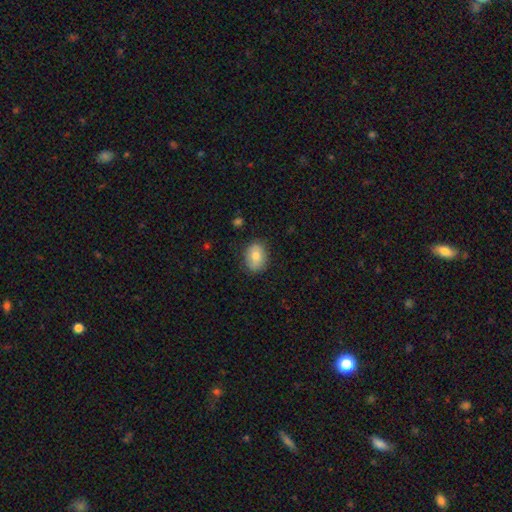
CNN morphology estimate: smooth-or-featured: smooth: 77% | featured or disk: 16% | star or artifact: 8%
  how-rounded: in between: 70% | round: 28% | cigar-shaped: 1%
  merging: none: 83% | minor disturbance: 13% | major disturbance: 3% | merger: 1%